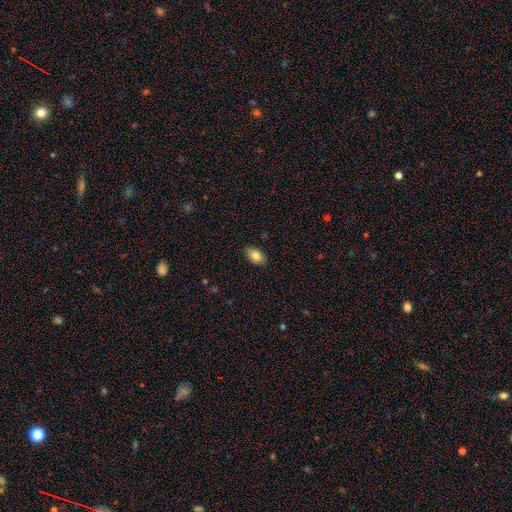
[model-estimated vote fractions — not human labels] Smooth or featured?
  - smooth: 82% *
  - featured or disk: 11%
  - star or artifact: 8%
How rounded?
  - in between: 90% *
  - round: 8%
  - cigar-shaped: 2%
Merging?
  - none: 85% *
  - minor disturbance: 12%
  - major disturbance: 2%
  - merger: 1%